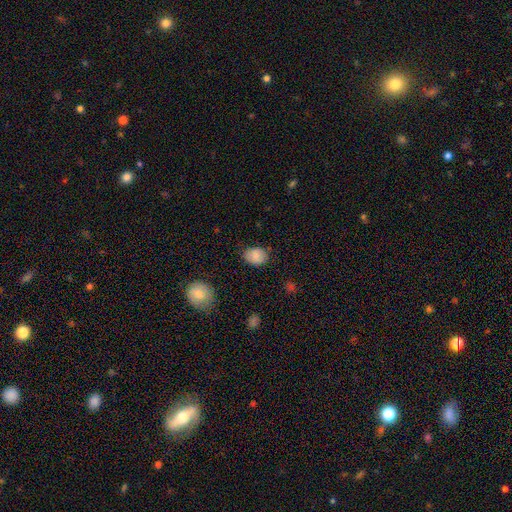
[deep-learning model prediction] smooth_or_featured: smooth (p=0.85) [alt: star or artifact p=0.08]
how_rounded: in between (p=0.66) [alt: round p=0.33]
merging: none (p=0.77) [alt: minor disturbance p=0.18]